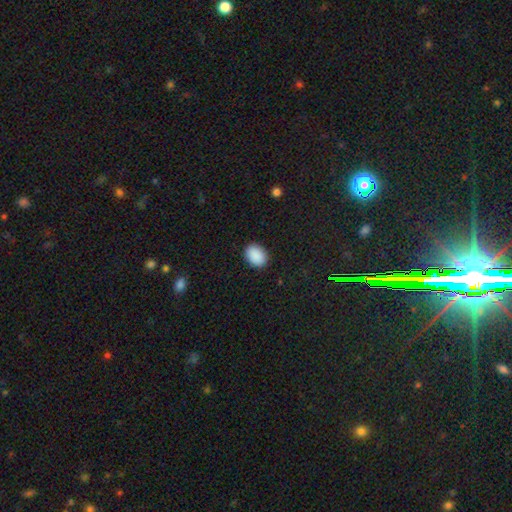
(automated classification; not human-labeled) This is clearly a smooth galaxy (90%). How rounded: likely in between (75%). Merging: clearly none (90%).